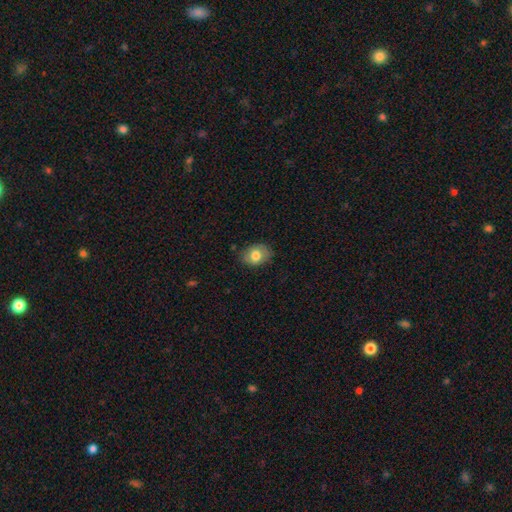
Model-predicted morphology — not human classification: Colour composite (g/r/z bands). It shows a smooth galaxy with no disk features (77%) that is in between round and cigar-shaped (67%). Merging: none (79%).